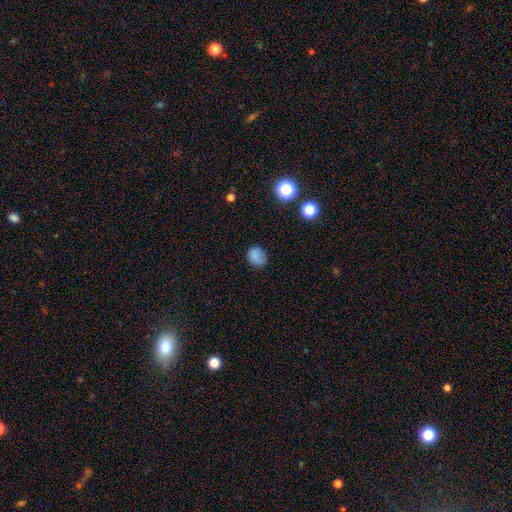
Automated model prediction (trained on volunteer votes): smooth-or-featured: smooth: 78% | star or artifact: 13% | featured or disk: 9%
  how-rounded: round: 63% | in between: 37% | cigar-shaped: 1%
  merging: none: 70% | minor disturbance: 22% | major disturbance: 6% | merger: 2%